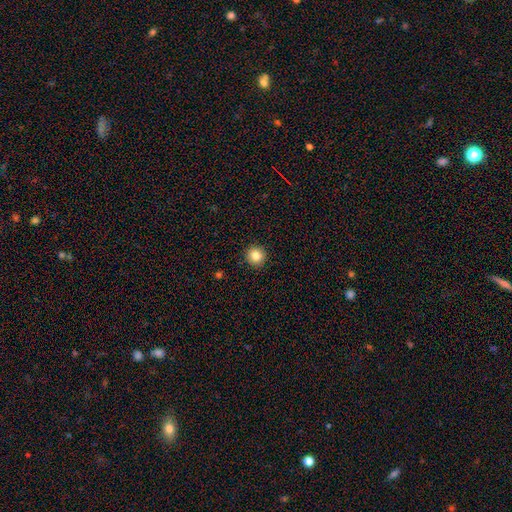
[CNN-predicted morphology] Smooth or featured?
  - smooth: 84% *
  - star or artifact: 10%
  - featured or disk: 6%
How rounded?
  - round: 95% *
  - in between: 4%
  - cigar-shaped: 1%
Merging?
  - none: 93% *
  - minor disturbance: 4%
  - major disturbance: 1%
  - merger: 1%